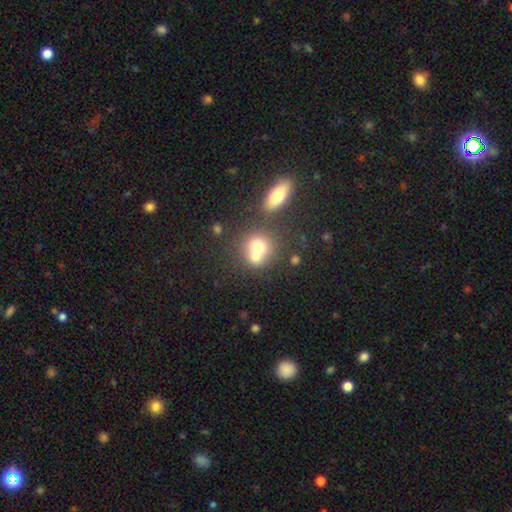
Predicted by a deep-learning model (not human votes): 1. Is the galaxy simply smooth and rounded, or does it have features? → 68% smooth, 20% featured or disk, 12% star or artifact.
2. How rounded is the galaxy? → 75% round, 24% in between, 1% cigar-shaped.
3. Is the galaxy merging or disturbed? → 56% merger, 32% none, 8% minor disturbance, 4% major disturbance.